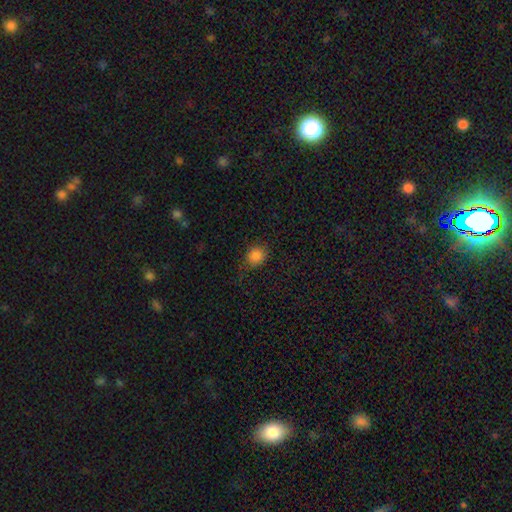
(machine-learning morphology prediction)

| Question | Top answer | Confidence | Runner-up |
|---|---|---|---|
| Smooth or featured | smooth | 84% | star or artifact (12%) |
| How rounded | round | 71% | in between (27%) |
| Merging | none | 74% | minor disturbance (18%) |